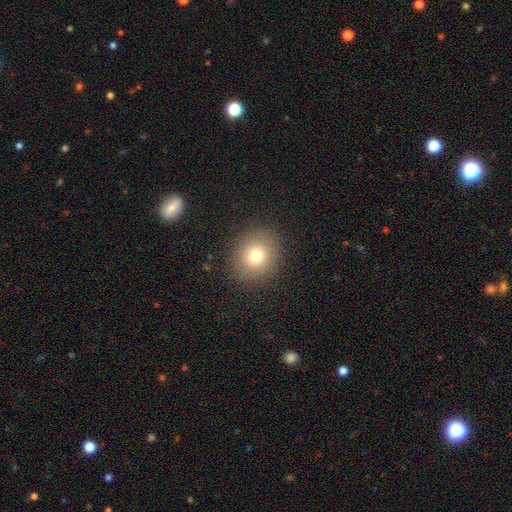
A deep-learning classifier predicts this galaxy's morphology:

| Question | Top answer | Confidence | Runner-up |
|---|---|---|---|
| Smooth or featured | smooth | 75% | star or artifact (14%) |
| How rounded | round | 72% | in between (27%) |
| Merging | none | 88% | minor disturbance (8%) |